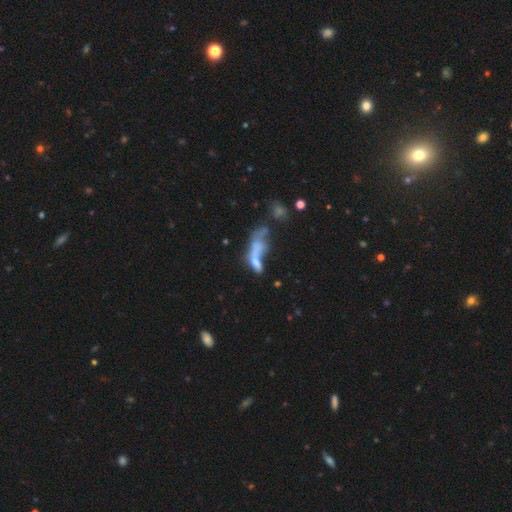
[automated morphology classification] The model was most divided on "smooth or featured": smooth: 46%, featured or disk: 37%, star or artifact: 17%. Remaining: merging — merger (46%).